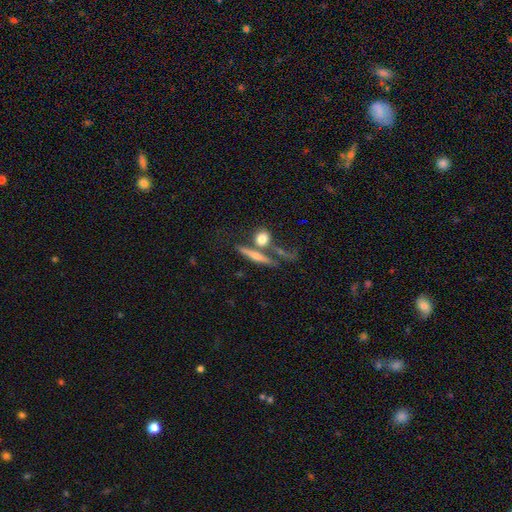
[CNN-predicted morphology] smooth-or-featured: featured or disk: 54% | smooth: 38% | star or artifact: 9%
  disk-edge-on: yes: 87% | no: 13%
  merging: none: 59% | merger: 21% | minor disturbance: 13% | major disturbance: 7%